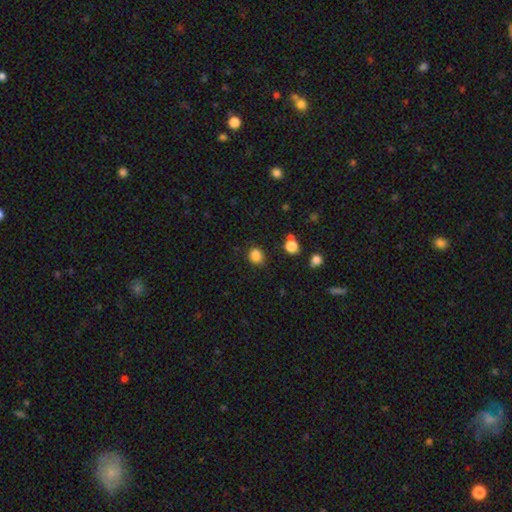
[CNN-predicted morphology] A smooth galaxy with no disk features (84%) that is round (69%).

Vote fractions:
- Smooth or featured? smooth: 84% / star or artifact: 12% / featured or disk: 4%
- How rounded? round: 69% / in between: 30% / cigar-shaped: 1%
- Merging? none: 79% / minor disturbance: 15% / major disturbance: 4% / merger: 3%